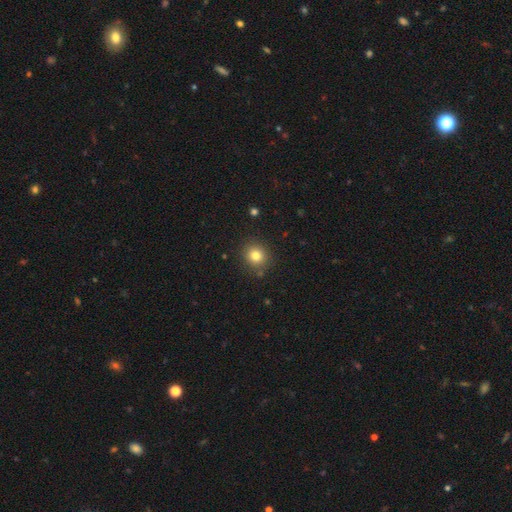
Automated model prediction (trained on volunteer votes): smooth_or_featured: smooth (p=0.80) [alt: star or artifact p=0.13]
how_rounded: round (p=0.86) [alt: in between p=0.13]
merging: none (p=0.87) [alt: minor disturbance p=0.08]